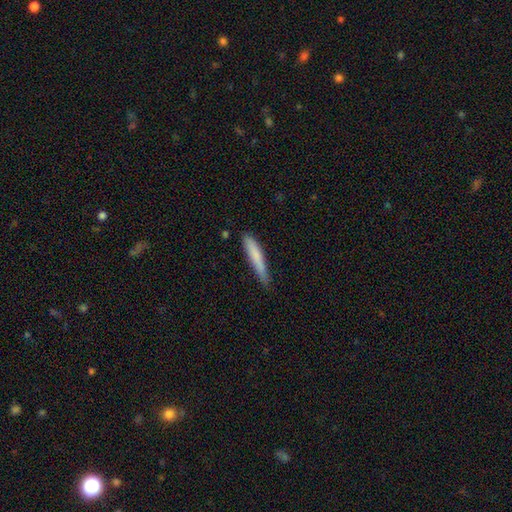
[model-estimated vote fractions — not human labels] smooth-or-featured: smooth: 77% | featured or disk: 17% | star or artifact: 6%
  how-rounded: cigar-shaped: 93% | in between: 6% | round: 1%
  merging: none: 73% | minor disturbance: 22% | major disturbance: 3% | merger: 2%